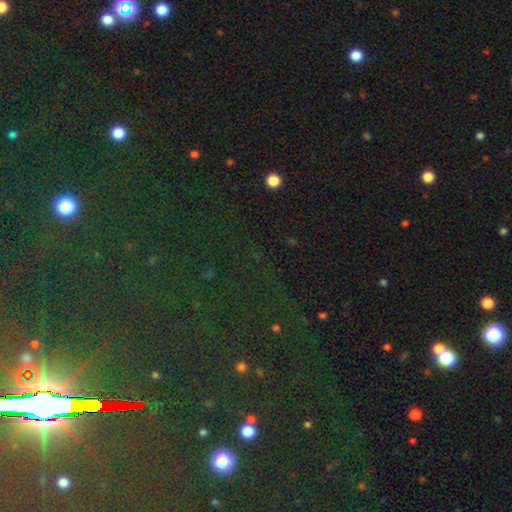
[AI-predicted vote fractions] This appears to be a star or artifact, not a galaxy (81%).